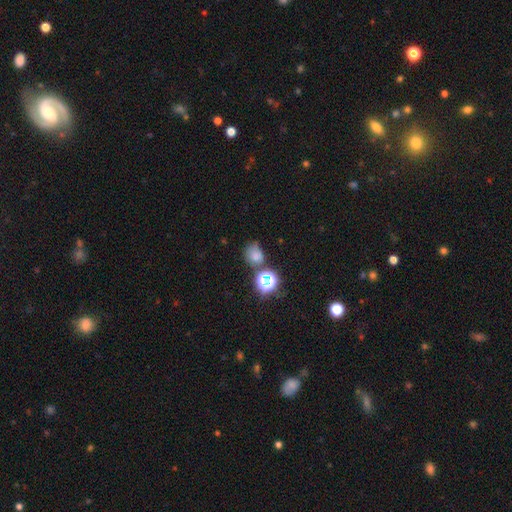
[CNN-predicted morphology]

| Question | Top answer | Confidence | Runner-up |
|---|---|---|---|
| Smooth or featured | smooth | 67% | star or artifact (24%) |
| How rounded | round | 63% | in between (36%) |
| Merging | none | 54% | merger (19%) |